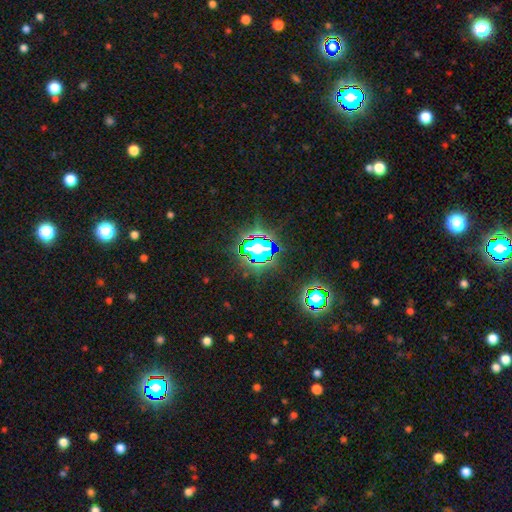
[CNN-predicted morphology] Smooth or featured?
  - star or artifact: 75% *
  - smooth: 15%
  - featured or disk: 10%